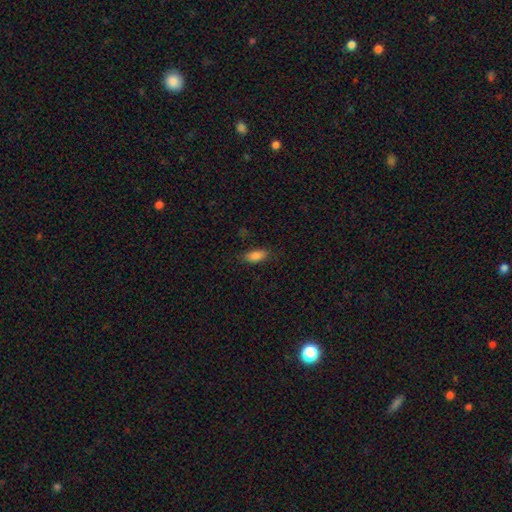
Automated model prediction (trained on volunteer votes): This is clearly a smooth galaxy (86%). How rounded: clearly in between (86%). Merging: clearly none (82%).